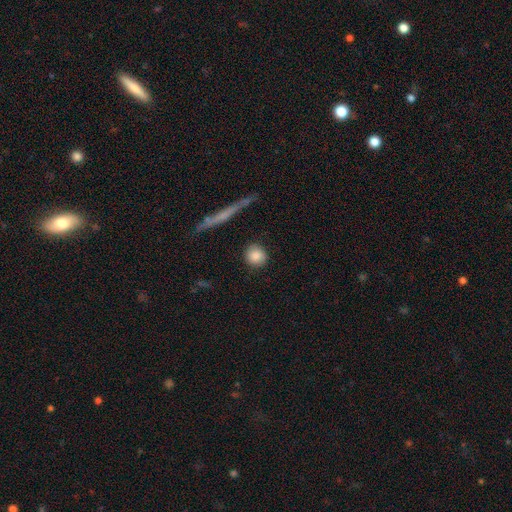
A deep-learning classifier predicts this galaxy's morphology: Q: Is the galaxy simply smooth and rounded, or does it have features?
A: smooth — 86%.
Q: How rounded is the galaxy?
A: round — 88%.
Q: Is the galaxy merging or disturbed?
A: none — 86%.